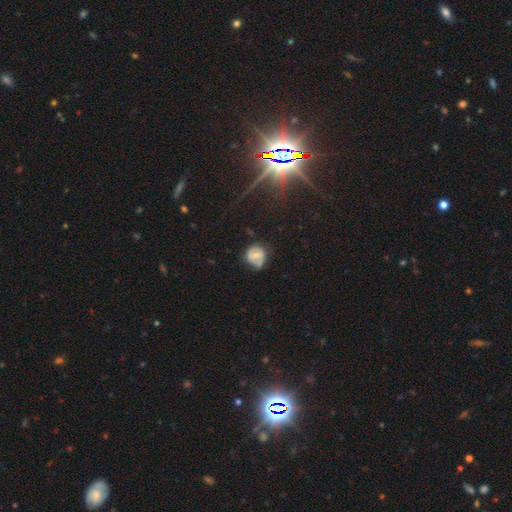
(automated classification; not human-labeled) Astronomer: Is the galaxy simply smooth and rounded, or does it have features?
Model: smooth — 46% (runner-up: featured or disk, 42%).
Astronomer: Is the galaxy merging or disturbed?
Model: none — 57%.